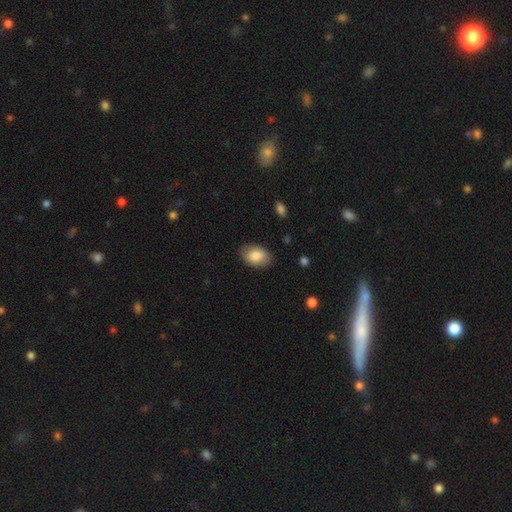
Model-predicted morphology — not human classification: smooth-or-featured: smooth: 84% | featured or disk: 10% | star or artifact: 6%
  how-rounded: in between: 89% | round: 10% | cigar-shaped: 1%
  merging: none: 84% | minor disturbance: 12% | major disturbance: 3% | merger: 1%